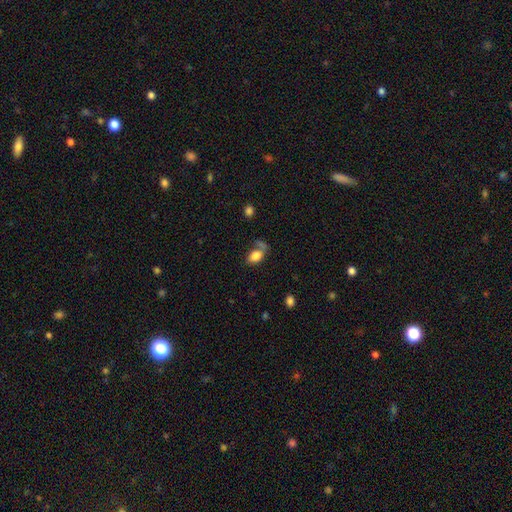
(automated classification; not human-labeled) Smooth or featured: smooth — 80% (featured or disk — 11%)
How rounded: in between — 89% (round — 9%)
Merging: none — 47% (merger — 24%)